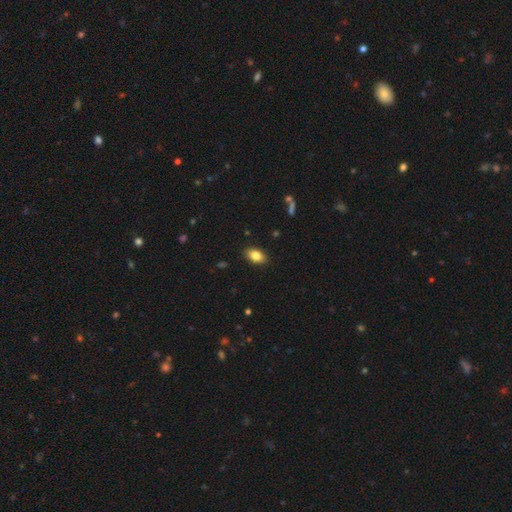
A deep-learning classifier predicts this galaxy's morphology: smooth-or-featured: smooth: 82% | featured or disk: 10% | star or artifact: 8%
  how-rounded: in between: 89% | round: 8% | cigar-shaped: 3%
  merging: none: 89% | minor disturbance: 8% | major disturbance: 2% | merger: 1%